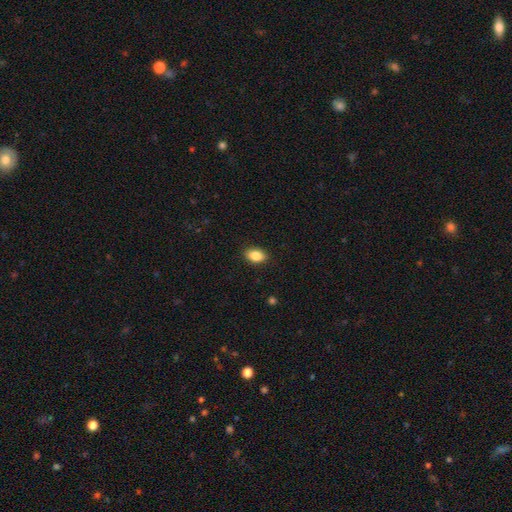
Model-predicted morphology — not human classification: A smooth galaxy with no disk features (86%) that is in between round and cigar-shaped (86%).

Vote fractions:
- Smooth or featured? smooth: 86% / star or artifact: 8% / featured or disk: 6%
- How rounded? in between: 86% / round: 12% / cigar-shaped: 2%
- Merging? none: 89% / minor disturbance: 8% / major disturbance: 2% / merger: 1%